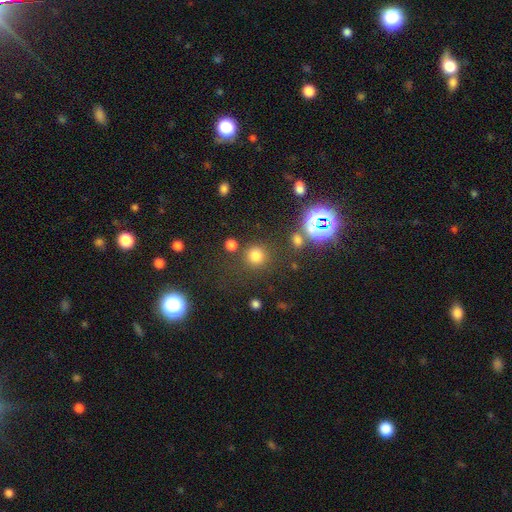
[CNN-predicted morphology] The model was most divided on "smooth or featured": smooth: 73%, star or artifact: 21%, featured or disk: 6%. More confident: how rounded — round (91%); merging — none (79%).